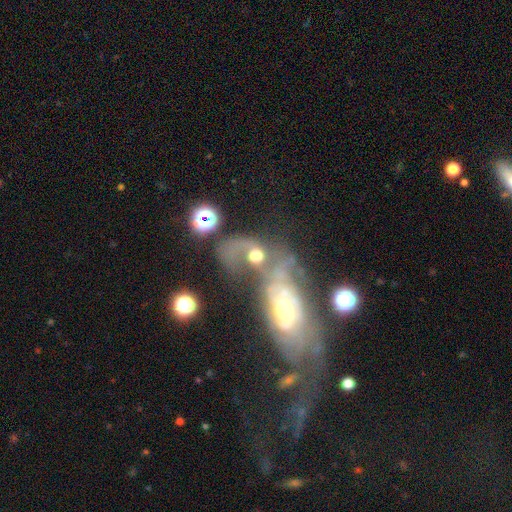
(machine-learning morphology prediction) smooth_or_featured: featured or disk (p=0.61) [alt: smooth p=0.27]
disk_edge_on: no (p=0.96) [alt: yes p=0.04]
bar: no (p=0.66) [alt: weak p=0.25]
has_spiral_arms: yes (p=0.71) [alt: no p=0.29]
bulge_size: moderate (p=0.54) [alt: large p=0.26]
merging: merger (p=0.68) [alt: major disturbance p=0.16]